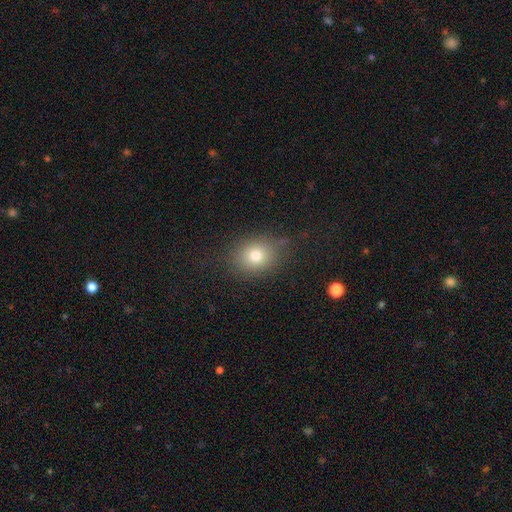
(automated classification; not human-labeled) Smooth or featured? smooth (75%)
How rounded? round (61%)
Merging? none (79%)